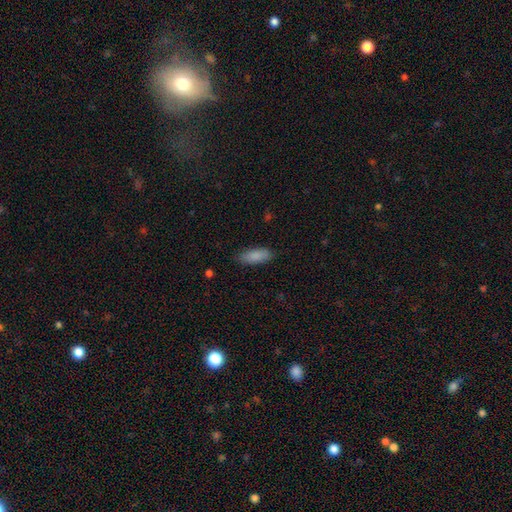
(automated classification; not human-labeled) smooth 88%, star or artifact 6%, featured or disk 6%. Down the decision tree: how rounded — in between (77%); merging — none (85%).